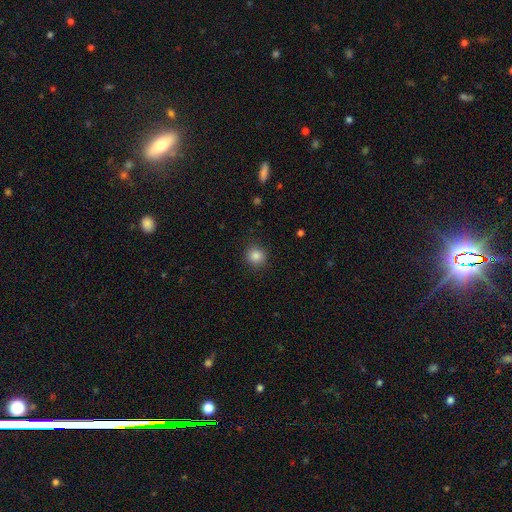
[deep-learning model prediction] smooth-or-featured: smooth: 86% | star or artifact: 11% | featured or disk: 3%
  how-rounded: round: 91% | in between: 8% | cigar-shaped: 1%
  merging: none: 88% | minor disturbance: 8% | major disturbance: 3% | merger: 1%